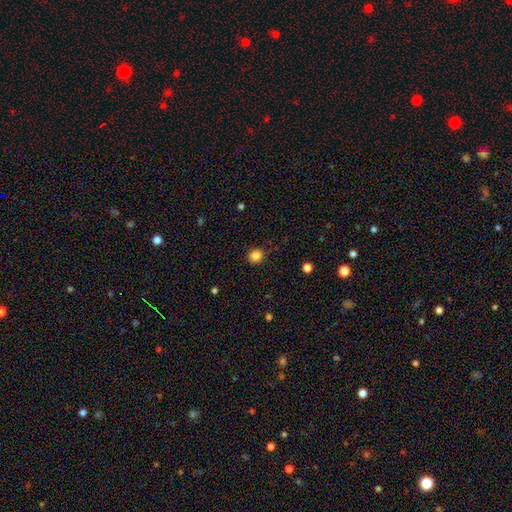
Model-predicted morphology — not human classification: This appears to be a smooth galaxy with no disk features (85%) that is round (85%). Merging: none (88%).